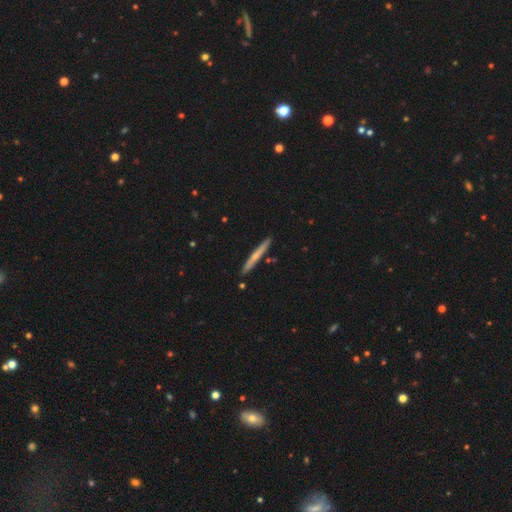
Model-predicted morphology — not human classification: Smooth or featured? smooth (54%)
How rounded? cigar-shaped (96%)
Merging? none (89%)